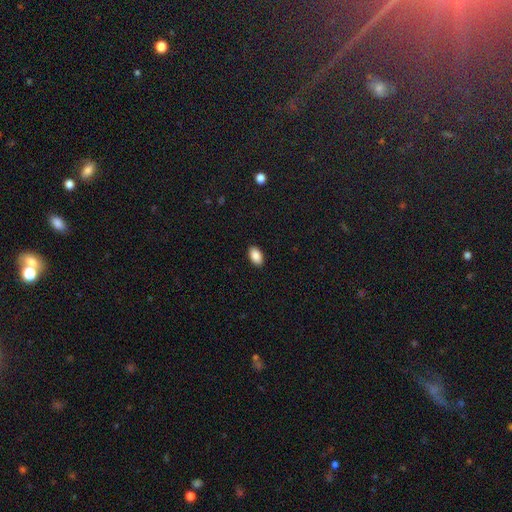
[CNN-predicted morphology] This is clearly a smooth galaxy (89%). How rounded: clearly in between (94%). Merging: clearly none (91%).